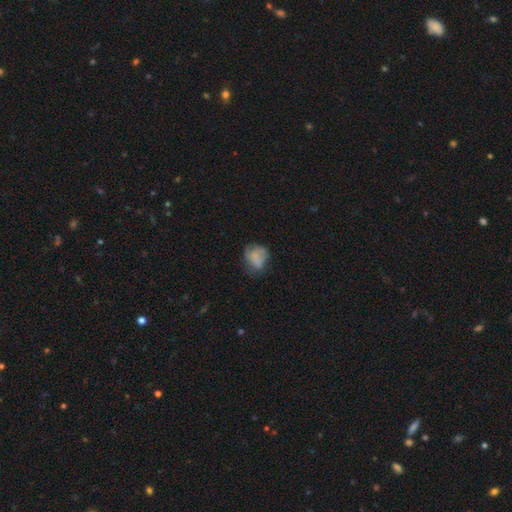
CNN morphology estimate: This appears to be a smooth galaxy with no disk features (65%) that is round (58%). Merging: none (47%).